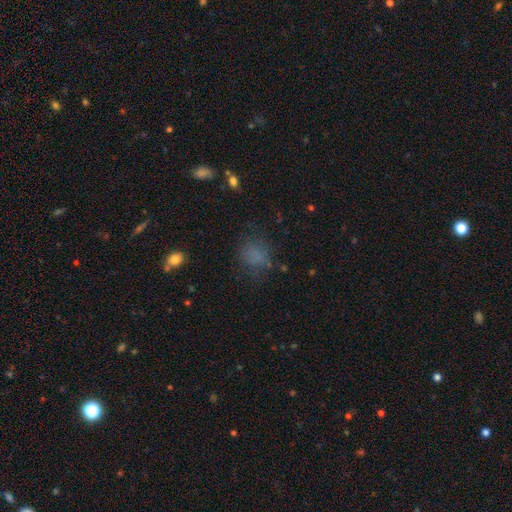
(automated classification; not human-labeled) Smooth or featured?
  - smooth: 69% *
  - star or artifact: 19%
  - featured or disk: 12%
How rounded?
  - round: 58% *
  - in between: 41%
  - cigar-shaped: 2%
Merging?
  - none: 65% *
  - minor disturbance: 19%
  - major disturbance: 14%
  - merger: 2%